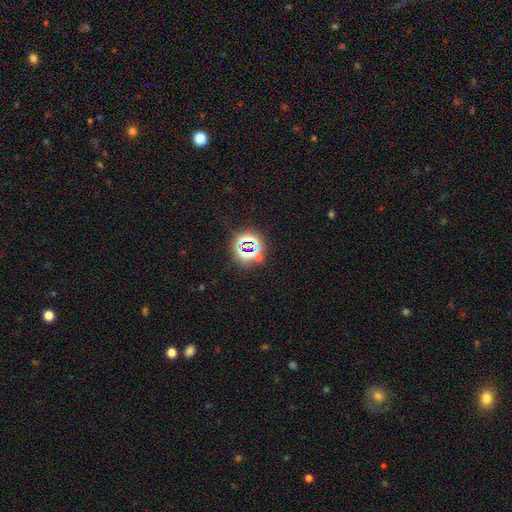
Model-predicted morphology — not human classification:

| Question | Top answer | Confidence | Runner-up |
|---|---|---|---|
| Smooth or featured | star or artifact | 74% | smooth (16%) |